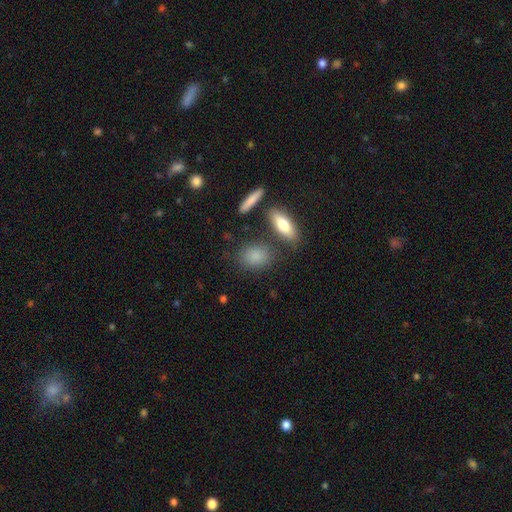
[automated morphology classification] type=smooth (83%); roundness=in between (57%); merging=none (75%).